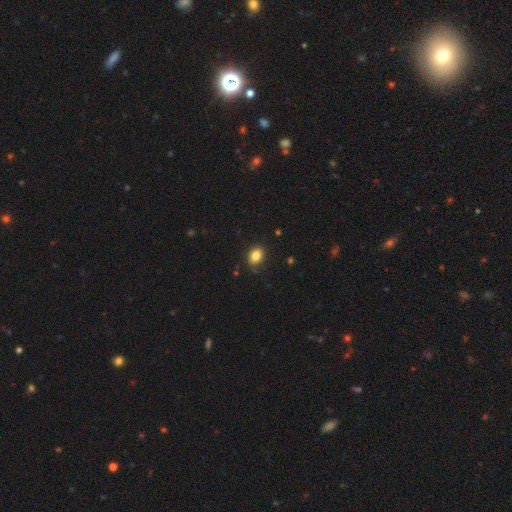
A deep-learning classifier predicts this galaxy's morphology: type=smooth (85%); roundness=in between (61%); merging=none (83%).